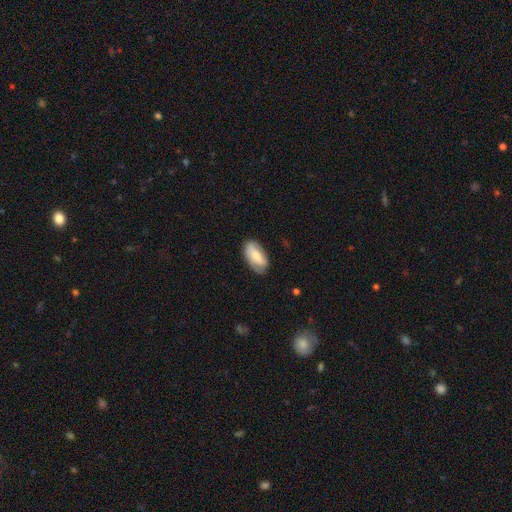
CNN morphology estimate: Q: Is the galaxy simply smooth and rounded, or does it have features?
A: smooth — 68%.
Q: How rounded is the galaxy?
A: in between — 92%.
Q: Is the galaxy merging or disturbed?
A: none — 74%.